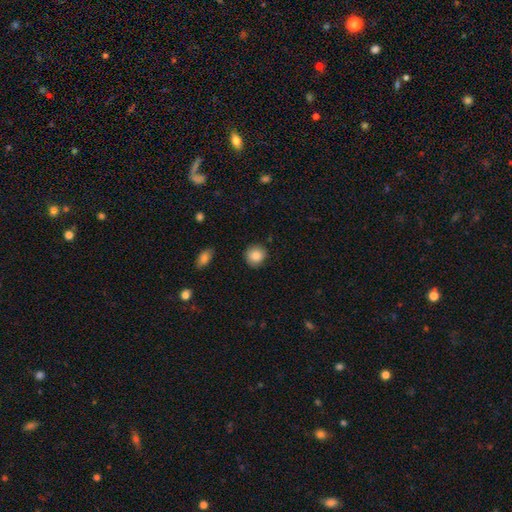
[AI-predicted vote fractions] Smooth or featured?
  - smooth: 86% *
  - star or artifact: 8%
  - featured or disk: 6%
How rounded?
  - round: 89% *
  - in between: 10%
  - cigar-shaped: 1%
Merging?
  - none: 87% *
  - minor disturbance: 9%
  - major disturbance: 2%
  - merger: 1%